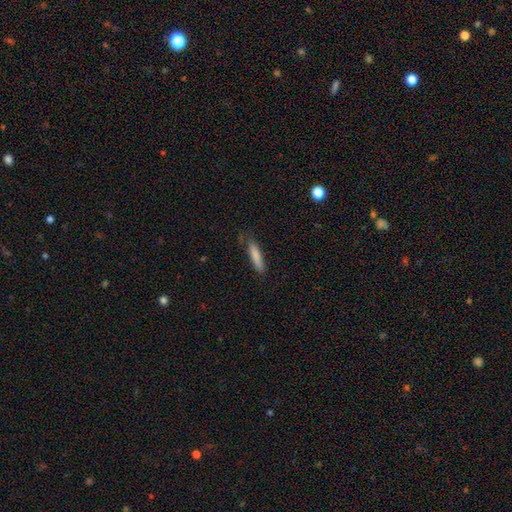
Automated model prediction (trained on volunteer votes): This appears to be a smooth galaxy with no disk features (81%) that is cigar-shaped (84%). Merging: none (76%).